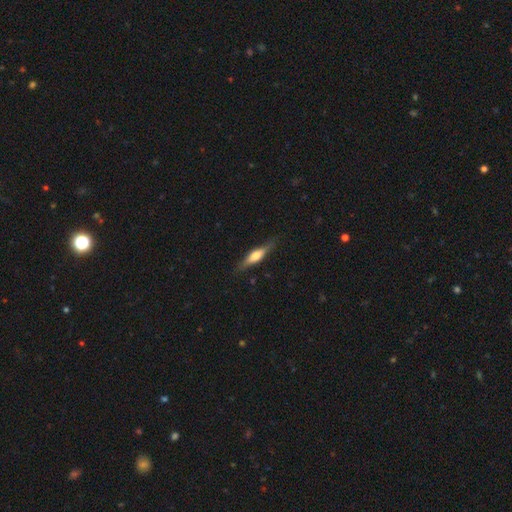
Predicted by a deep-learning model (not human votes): Smooth or featured? featured or disk (49%)
Merging? none (82%)